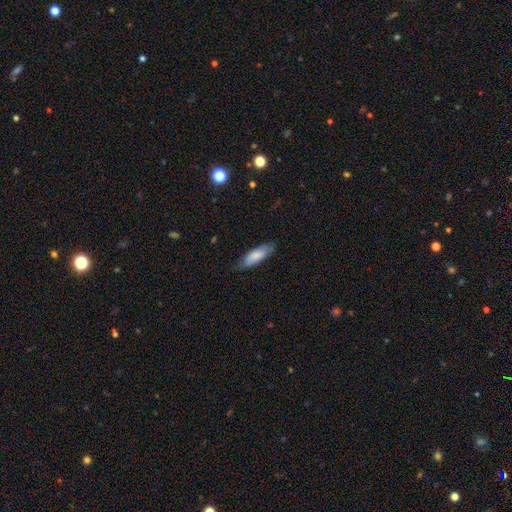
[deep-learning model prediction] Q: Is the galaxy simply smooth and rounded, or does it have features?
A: smooth — 80%.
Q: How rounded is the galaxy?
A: in between — 62%.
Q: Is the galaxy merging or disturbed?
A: none — 72%.